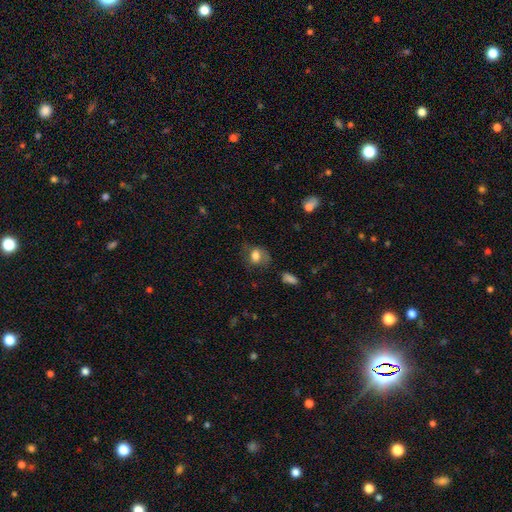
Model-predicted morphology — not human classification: smooth-or-featured: smooth: 71% | featured or disk: 20% | star or artifact: 9%
  how-rounded: in between: 61% | round: 38% | cigar-shaped: 2%
  merging: none: 53% | minor disturbance: 27% | major disturbance: 18% | merger: 2%